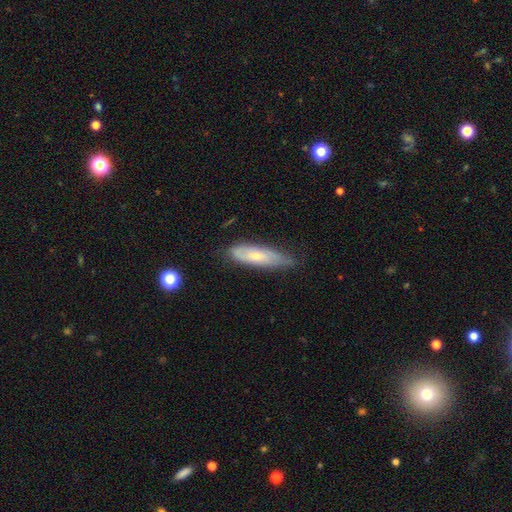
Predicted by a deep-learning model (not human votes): Smooth or featured: smooth — 51% (featured or disk — 42%)
How rounded: cigar-shaped — 59% (in between — 39%)
Merging: none — 61% (minor disturbance — 31%)